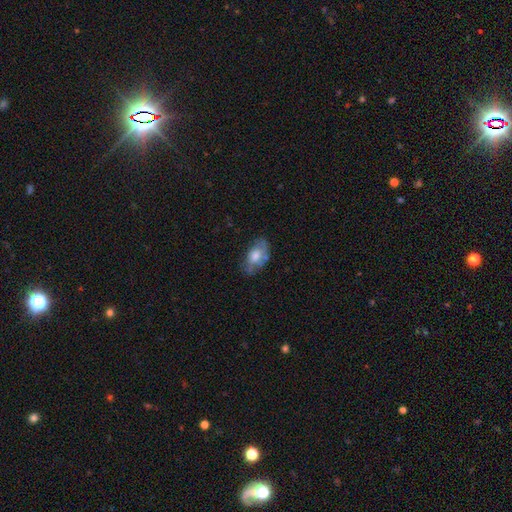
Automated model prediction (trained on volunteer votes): Q: Smooth or featured?
A: smooth (56%); runner-up: featured or disk (37%)
Q: How rounded?
A: in between (91%); runner-up: round (6%)
Q: Merging?
A: none (59%); runner-up: minor disturbance (29%)